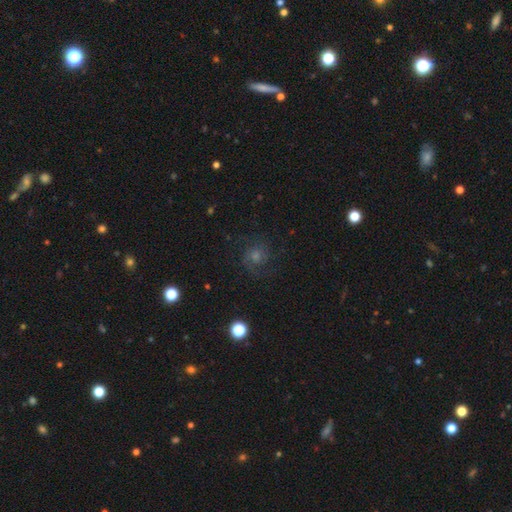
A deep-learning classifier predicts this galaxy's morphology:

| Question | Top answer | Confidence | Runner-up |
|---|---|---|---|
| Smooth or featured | featured or disk | 57% | star or artifact (23%) |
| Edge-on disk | no | 97% | yes (3%) |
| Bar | no | 71% | weak (25%) |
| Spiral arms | yes | 93% | no (7%) |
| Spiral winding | medium | 47% | tight (37%) |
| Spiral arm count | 2 | 59% | can't tell (19%) |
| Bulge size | moderate | 48% | small (34%) |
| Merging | none | 78% | minor disturbance (12%) |